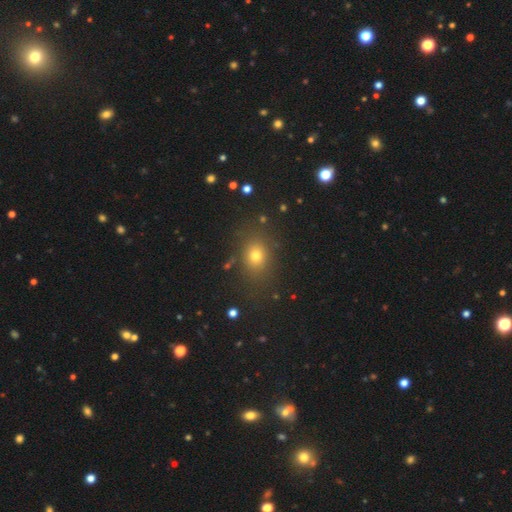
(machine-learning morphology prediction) Overall: smooth (72%). How rounded: in between (50%; round 49%). Merging: none (82%).